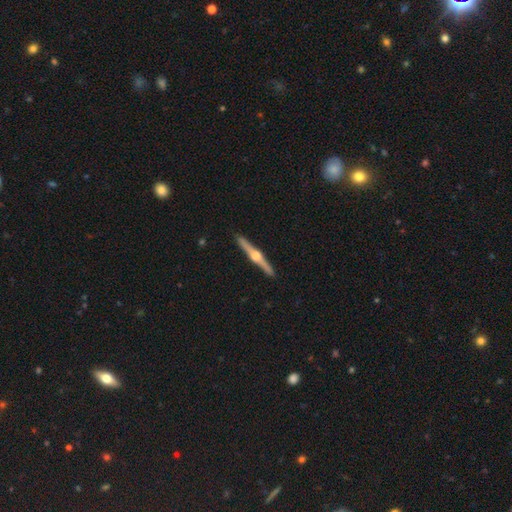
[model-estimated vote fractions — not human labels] This appears to be a featured or disk galaxy (84%) viewed edge-on (98%) with a rounded central bulge (95%). Merging: none (92%).